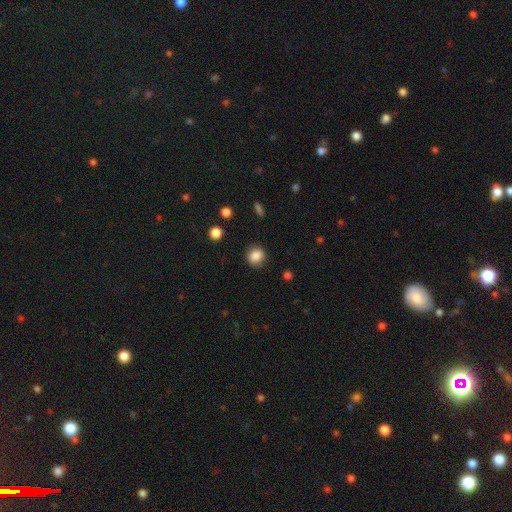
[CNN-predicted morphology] This is clearly a smooth galaxy (86%). How rounded: clearly round (81%). Merging: clearly none (86%).